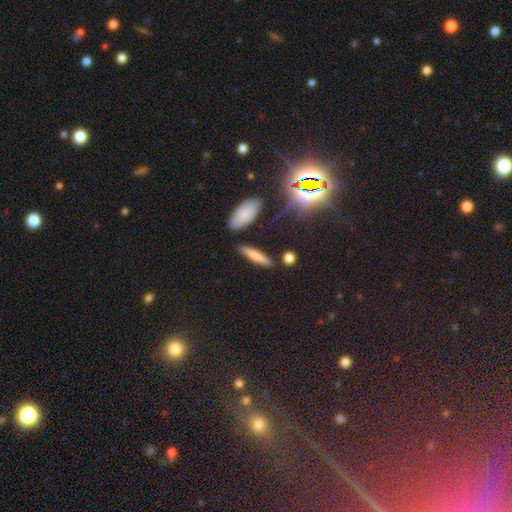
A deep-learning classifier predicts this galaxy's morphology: A smooth galaxy with no disk features (73%) that is cigar-shaped (82%).

Vote fractions:
- Smooth or featured? smooth: 73% / featured or disk: 18% / star or artifact: 8%
- How rounded? cigar-shaped: 82% / in between: 16% / round: 2%
- Merging? none: 85% / minor disturbance: 9% / merger: 4% / major disturbance: 2%